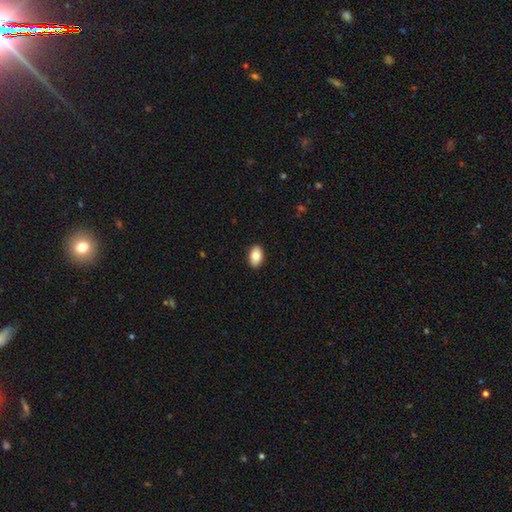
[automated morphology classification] smooth_or_featured: smooth (p=0.84) [alt: featured or disk p=0.10]
how_rounded: in between (p=0.90) [alt: round p=0.08]
merging: none (p=0.91) [alt: minor disturbance p=0.07]